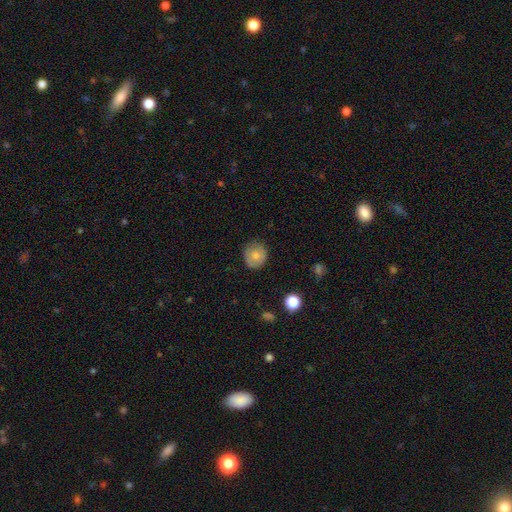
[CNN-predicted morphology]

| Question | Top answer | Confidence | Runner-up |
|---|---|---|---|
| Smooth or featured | smooth | 71% | featured or disk (21%) |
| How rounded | round | 84% | in between (15%) |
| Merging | none | 79% | minor disturbance (16%) |